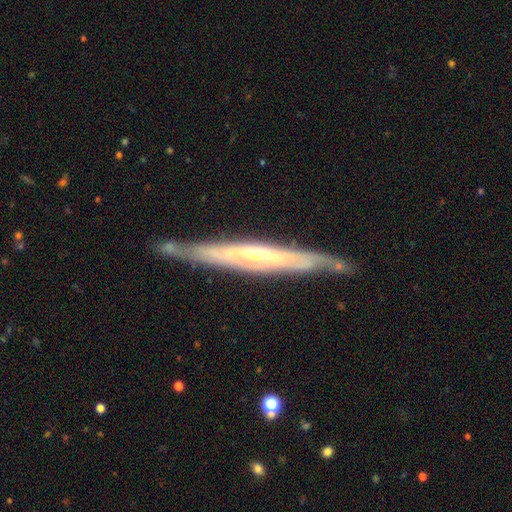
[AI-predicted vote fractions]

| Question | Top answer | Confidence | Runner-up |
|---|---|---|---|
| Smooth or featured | featured or disk | 79% | smooth (16%) |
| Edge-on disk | yes | 80% | no (20%) |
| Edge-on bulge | rounded | 53% | none (41%) |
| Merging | none | 78% | minor disturbance (17%) |